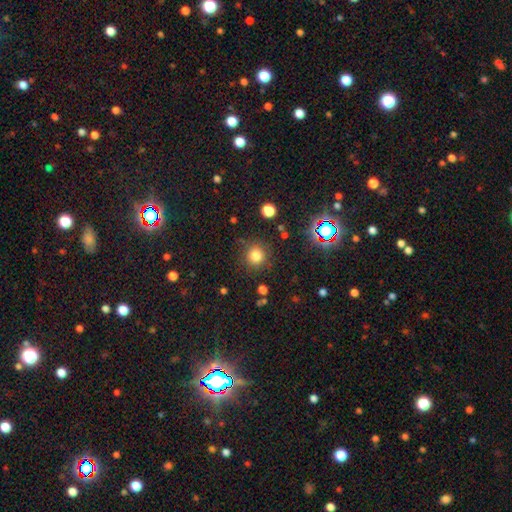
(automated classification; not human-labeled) Smooth or featured? Predicted: smooth (p=0.78). How rounded? Predicted: round (p=0.93). Merging? Predicted: none (p=0.86).